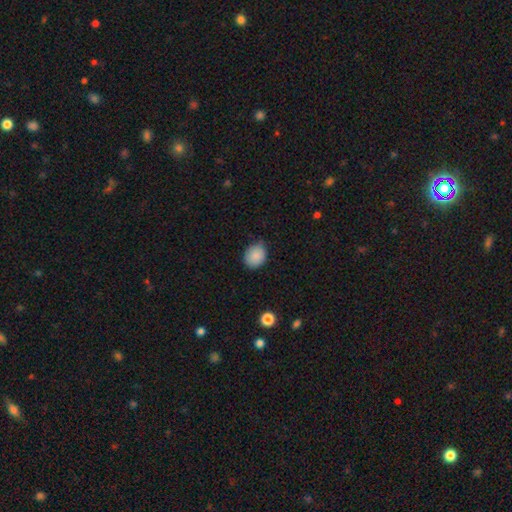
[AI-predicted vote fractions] A smooth galaxy with no disk features (87%) that is round (57%). Merging: none (73%).